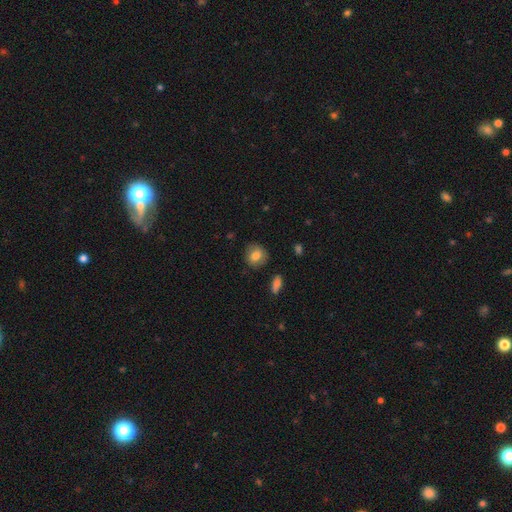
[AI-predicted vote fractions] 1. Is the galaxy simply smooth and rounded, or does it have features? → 80% smooth, 12% featured or disk, 8% star or artifact.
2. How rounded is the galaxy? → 78% round, 21% in between, 1% cigar-shaped.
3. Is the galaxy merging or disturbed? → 81% none, 14% minor disturbance, 3% major disturbance, 2% merger.